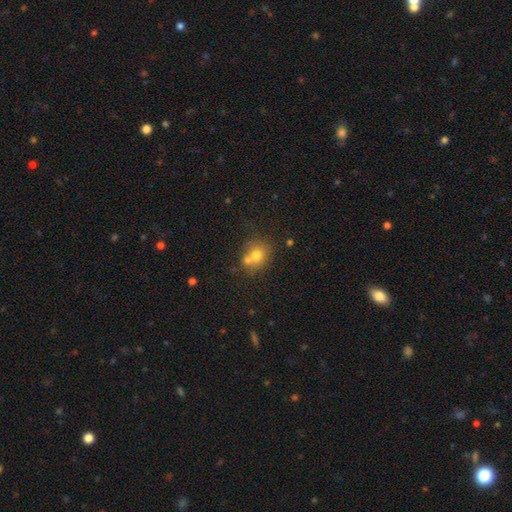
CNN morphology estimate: smooth-or-featured: smooth: 72% | featured or disk: 15% | star or artifact: 13%
  how-rounded: round: 74% | in between: 25% | cigar-shaped: 1%
  merging: none: 49% | merger: 36% | minor disturbance: 11% | major disturbance: 4%